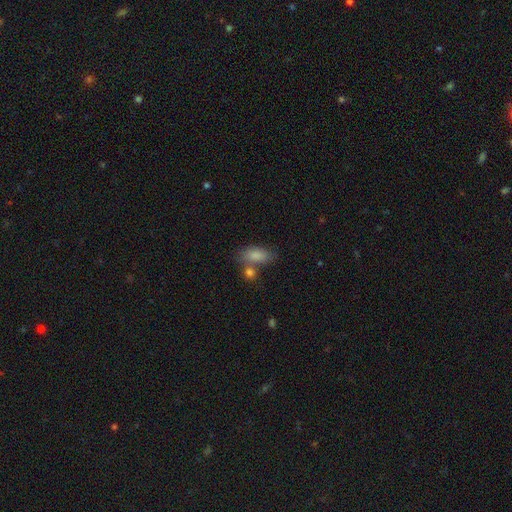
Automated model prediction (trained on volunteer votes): The model was most divided on "merging": none: 49%, merger: 28%, minor disturbance: 17%, major disturbance: 7%. More confident: how rounded — in between (88%); smooth or featured — smooth (84%).